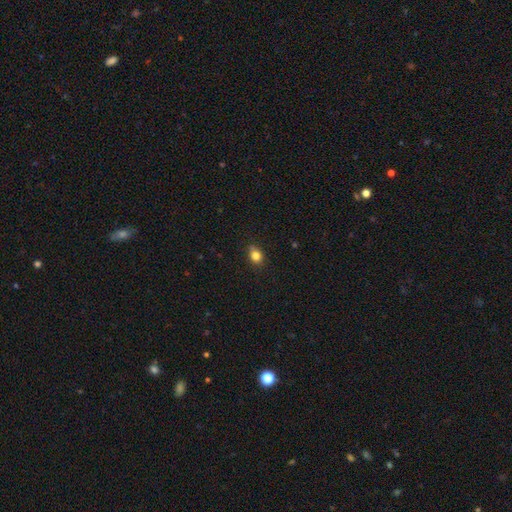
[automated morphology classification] Overall: smooth (83%). How rounded: round (55%; in between 44%). Merging: none (75%).